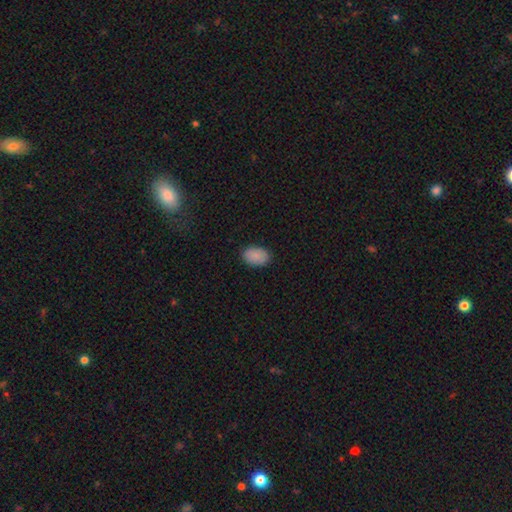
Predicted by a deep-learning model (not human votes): Morphology: type=smooth (88%); roundness=in between (86%); merging=none (88%).